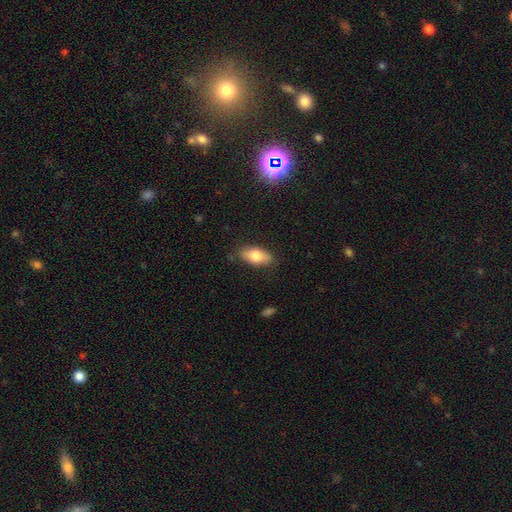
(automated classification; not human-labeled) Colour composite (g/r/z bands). It shows a smooth galaxy with no disk features (74%) that is in between round and cigar-shaped (86%). Merging: none (82%).